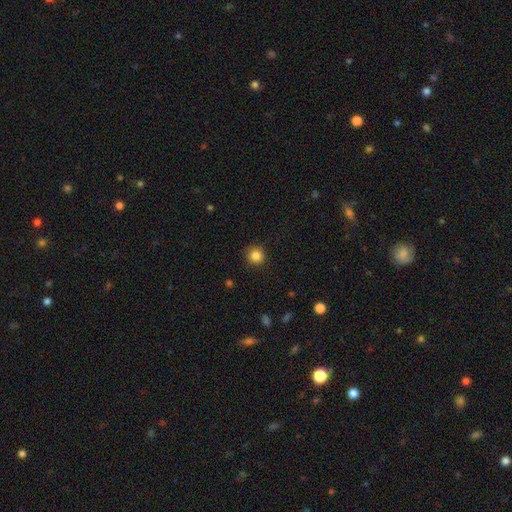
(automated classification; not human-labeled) Smooth or featured? Predicted: smooth (p=0.85). How rounded? Predicted: round (p=0.92). Merging? Predicted: none (p=0.89).